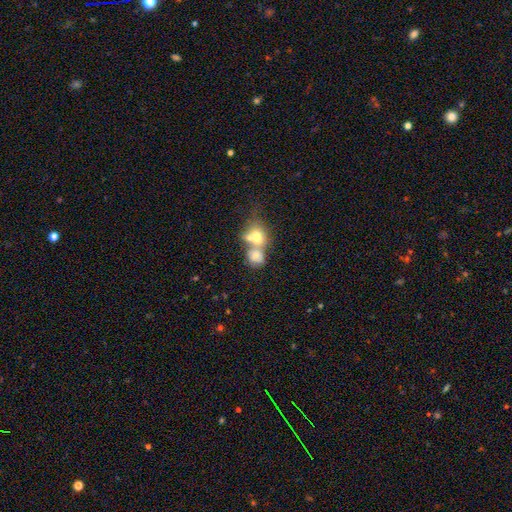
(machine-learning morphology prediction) Smooth or featured? smooth (69%)
How rounded? round (61%)
Merging? merger (67%)